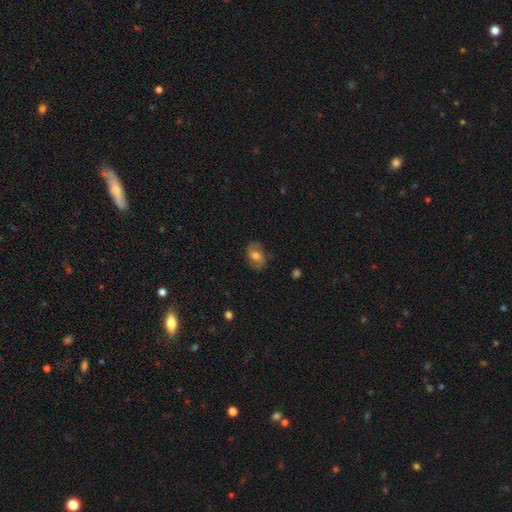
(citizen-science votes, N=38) This is possibly a featured or disk galaxy (50%). It is clearly not viewed edge-on (95%). Bar: likely no (61%). Spiral arm pattern: likely yes (78%). Spiral arm count: clearly 2 (93%). Spiral winding: marginally medium (43%). Central bulge: likely moderate (67%). Merging: clearly none (83%).